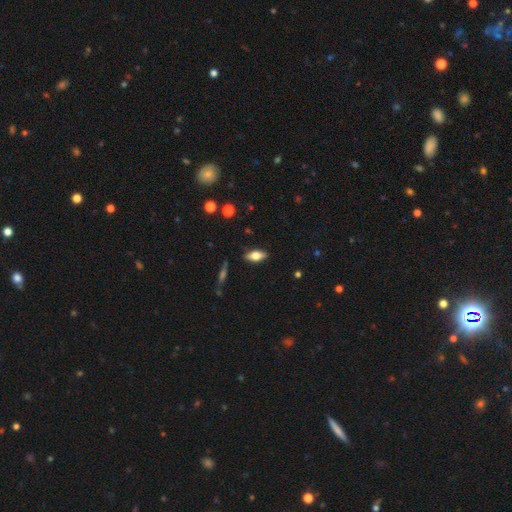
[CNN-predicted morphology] Smooth or featured: smooth — 51% (featured or disk — 41%)
How rounded: in between — 74% (cigar-shaped — 22%)
Merging: none — 86% (minor disturbance — 10%)